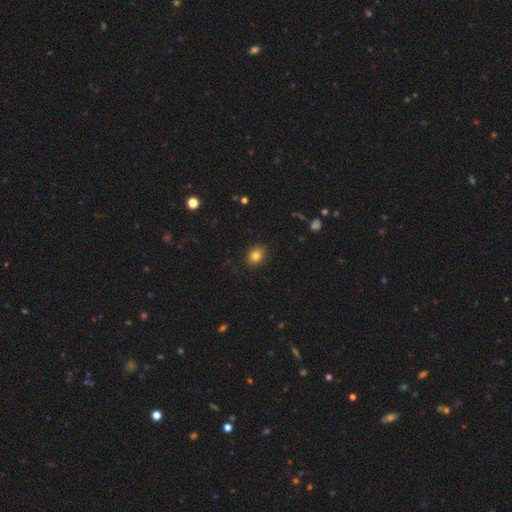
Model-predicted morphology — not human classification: Smooth or featured?
  - smooth: 81% *
  - star or artifact: 11%
  - featured or disk: 7%
How rounded?
  - round: 56% *
  - in between: 43%
  - cigar-shaped: 1%
Merging?
  - none: 89% *
  - minor disturbance: 8%
  - major disturbance: 2%
  - merger: 1%